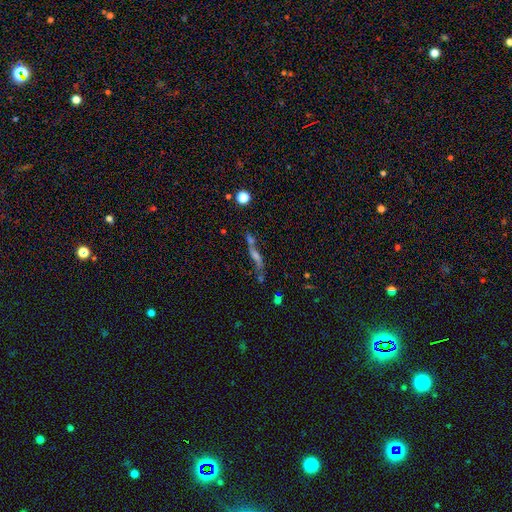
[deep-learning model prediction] Smooth or featured? Predicted: featured or disk (p=0.47). Merging? Predicted: merger (p=0.39).